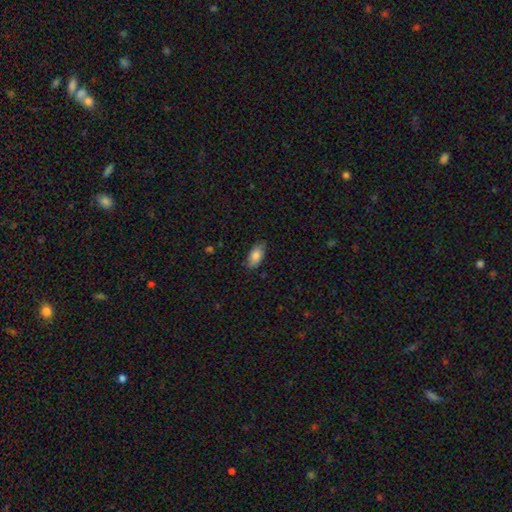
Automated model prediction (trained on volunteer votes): Overall: smooth (83%). How rounded: in between (91%). Merging: none (83%).